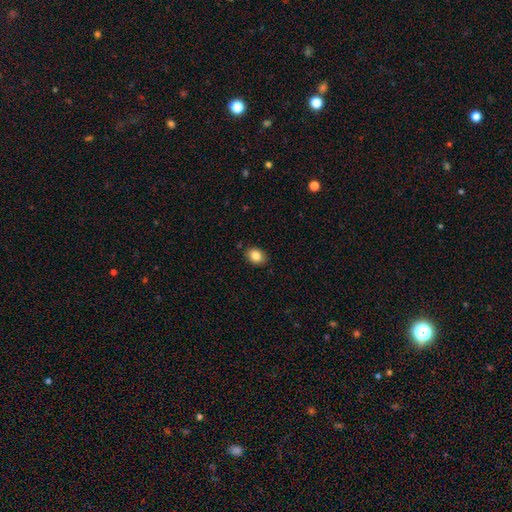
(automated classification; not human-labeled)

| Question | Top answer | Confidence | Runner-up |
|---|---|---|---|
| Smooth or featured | smooth | 85% | star or artifact (9%) |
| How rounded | in between | 63% | round (36%) |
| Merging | none | 87% | minor disturbance (10%) |